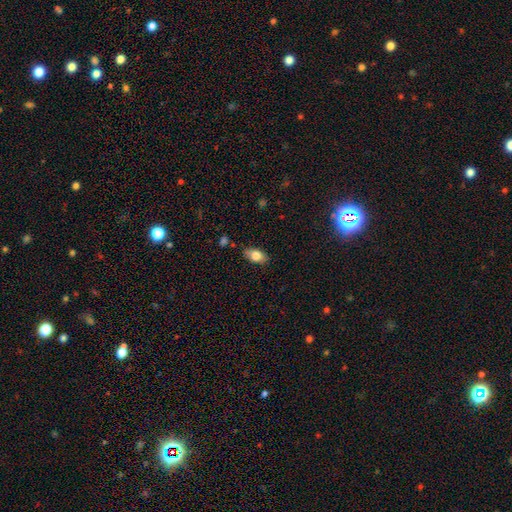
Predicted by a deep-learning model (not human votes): smooth 78%, featured or disk 15%, star or artifact 8%. Down the decision tree: how rounded — in between (88%); merging — none (80%).